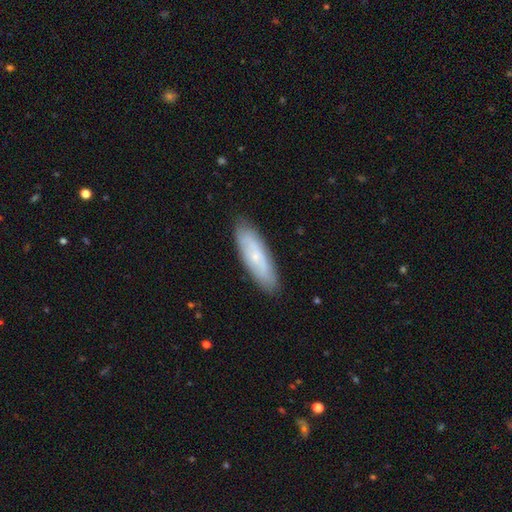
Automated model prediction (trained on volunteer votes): The model was most divided on "how rounded": cigar-shaped: 52%, in between: 46%, round: 2%. More confident: merging — none (85%); smooth or featured — smooth (58%).